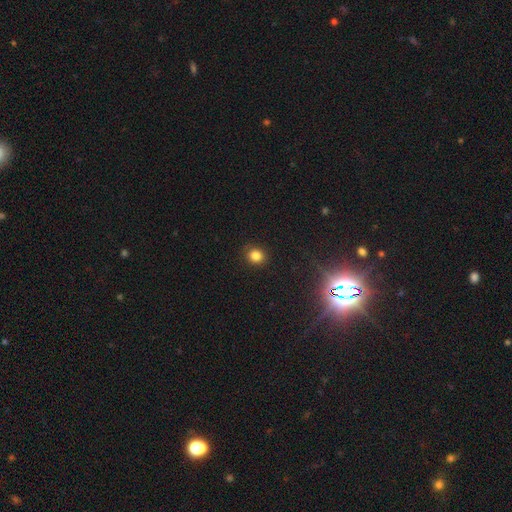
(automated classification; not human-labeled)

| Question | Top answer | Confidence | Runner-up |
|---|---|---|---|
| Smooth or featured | smooth | 82% | star or artifact (13%) |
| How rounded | round | 81% | in between (18%) |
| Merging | none | 89% | minor disturbance (8%) |